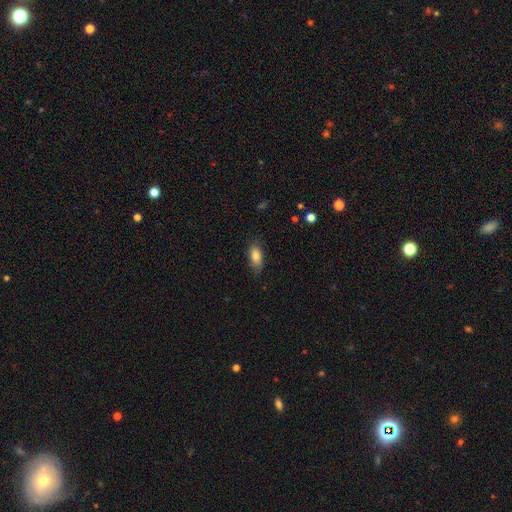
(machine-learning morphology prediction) The model was most divided on "merging": none: 75%, minor disturbance: 20%, major disturbance: 4%, merger: 1%. More confident: how rounded — in between (87%); smooth or featured — smooth (82%).